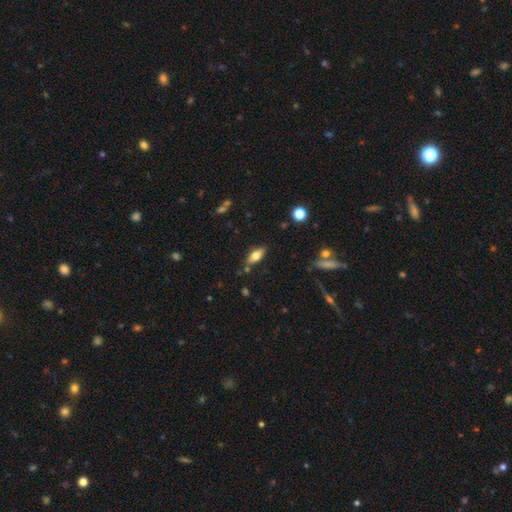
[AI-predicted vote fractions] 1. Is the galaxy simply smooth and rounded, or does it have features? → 67% smooth, 25% featured or disk, 8% star or artifact.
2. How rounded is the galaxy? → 80% in between, 17% cigar-shaped, 3% round.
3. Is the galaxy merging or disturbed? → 80% none, 13% minor disturbance, 4% merger, 3% major disturbance.